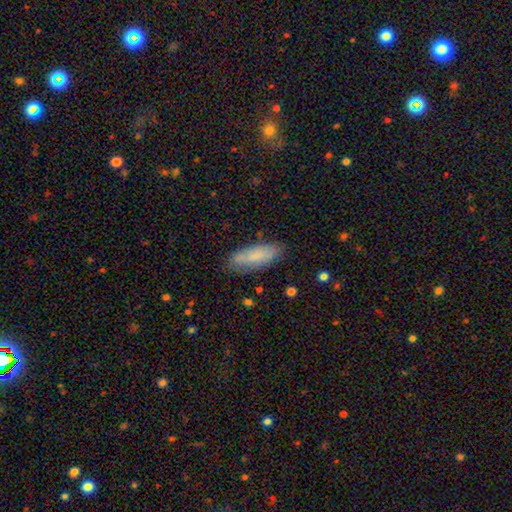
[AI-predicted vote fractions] smooth 80%, featured or disk 13%, star or artifact 7%. Down the decision tree: how rounded — in between (66%); merging — none (78%).